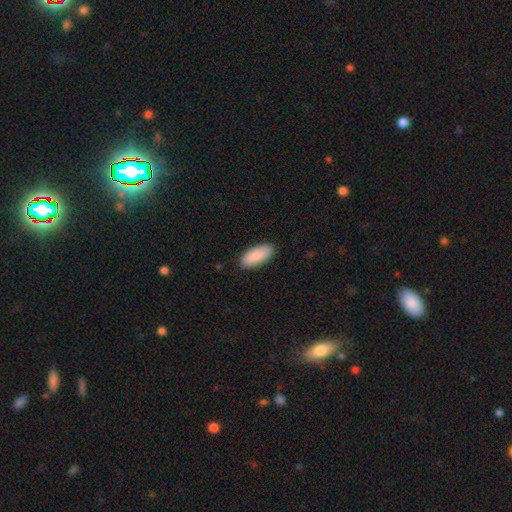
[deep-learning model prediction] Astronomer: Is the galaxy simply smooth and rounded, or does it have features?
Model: smooth — 90%.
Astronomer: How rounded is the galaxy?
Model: in between — 89%.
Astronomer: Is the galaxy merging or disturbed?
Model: none — 88%.